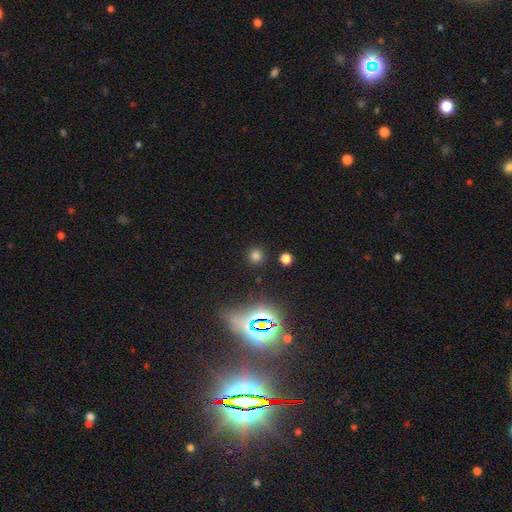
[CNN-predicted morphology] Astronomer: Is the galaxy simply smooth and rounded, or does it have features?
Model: smooth — 72%.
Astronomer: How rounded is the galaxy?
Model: round — 92%.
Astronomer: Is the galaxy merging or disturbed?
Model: none — 88%.